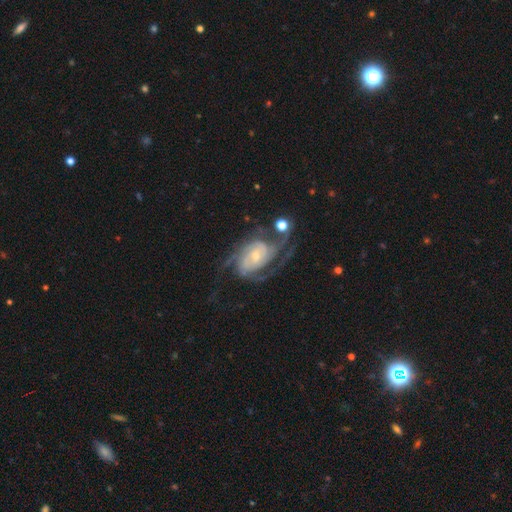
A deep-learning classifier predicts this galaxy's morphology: Smooth or featured?
  - featured or disk: 89% *
  - smooth: 6%
  - star or artifact: 5%
Edge-on disk?
  - no: 97% *
  - yes: 3%
Bar?
  - no: 54% *
  - weak: 34%
  - strong: 12%
Spiral arms?
  - yes: 97% *
  - no: 3%
Spiral winding?
  - medium: 46% *
  - tight: 36%
  - loose: 18%
Spiral arm count?
  - 2: 40% *
  - 3: 26%
  - can't tell: 15%
  - 4: 9%
  - 1: 6%
  - more than 4: 5%
Bulge size?
  - small: 63% *
  - moderate: 29%
  - large: 4%
  - none: 3%
  - dominant: 1%
Merging?
  - none: 55% *
  - major disturbance: 23%
  - minor disturbance: 17%
  - merger: 5%